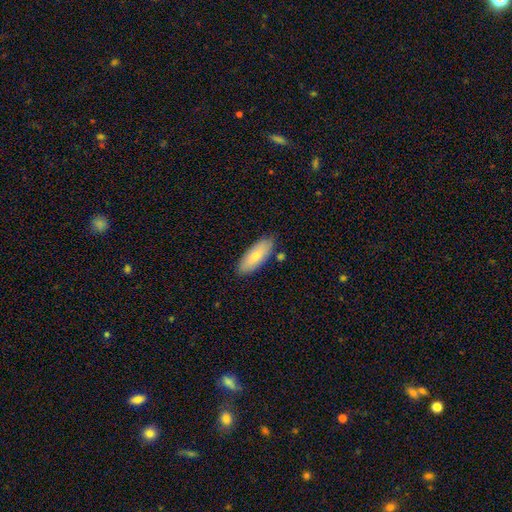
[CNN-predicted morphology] smooth-or-featured: smooth: 79% | featured or disk: 15% | star or artifact: 6%
  how-rounded: in between: 74% | cigar-shaped: 24% | round: 2%
  merging: none: 81% | minor disturbance: 14% | merger: 3% | major disturbance: 2%